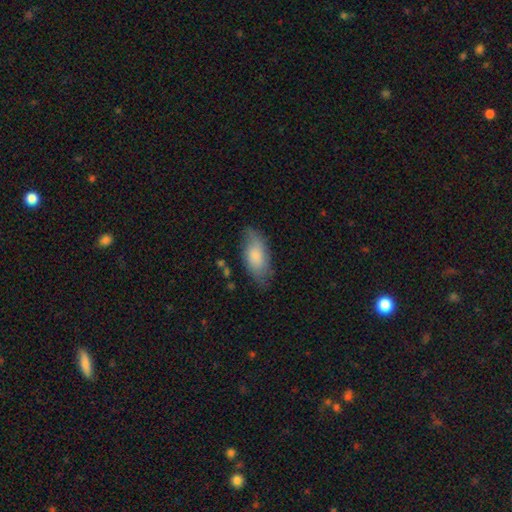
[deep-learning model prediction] Smooth or featured? Predicted: smooth (p=0.73). How rounded? Predicted: in between (p=0.89). Merging? Predicted: none (p=0.67).